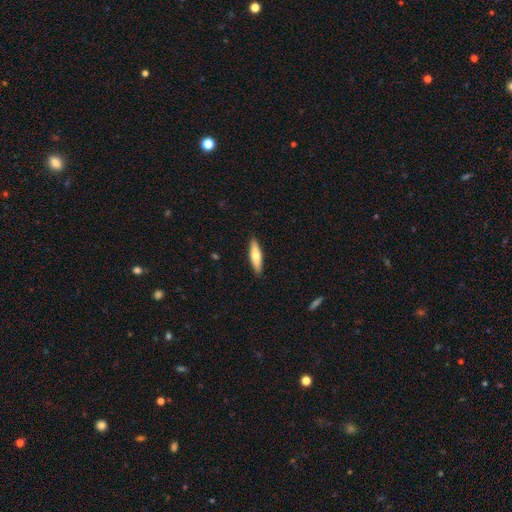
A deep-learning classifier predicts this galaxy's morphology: Smooth or featured: smooth — 66% (featured or disk — 28%)
How rounded: cigar-shaped — 67% (in between — 31%)
Merging: none — 90% (minor disturbance — 8%)